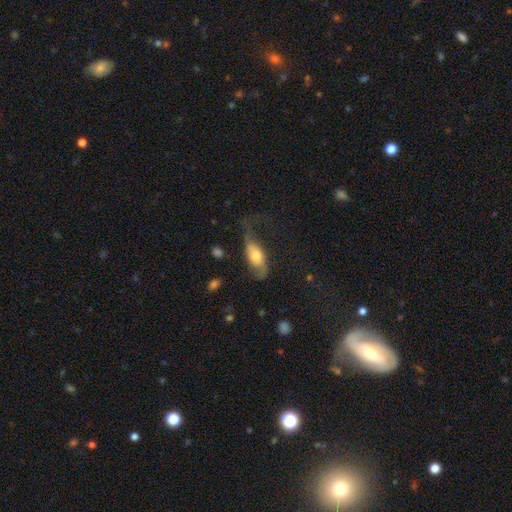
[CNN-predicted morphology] This is possibly a smooth galaxy (57%). How rounded: likely in between (77%). Merging: marginally none (39%).